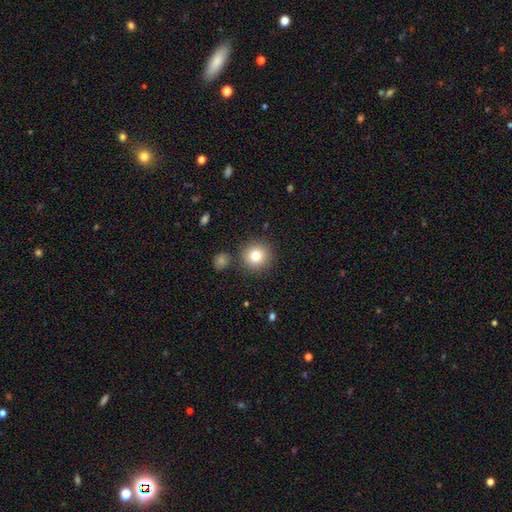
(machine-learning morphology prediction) The model was most divided on "smooth or featured": smooth: 79%, star or artifact: 11%, featured or disk: 10%. More confident: how rounded — round (93%); merging — none (86%).